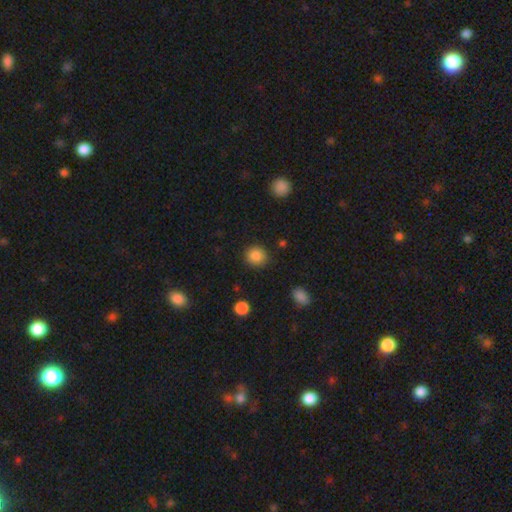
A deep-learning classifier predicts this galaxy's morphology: This appears to be a smooth galaxy with no disk features (86%) that is round (88%). Merging: none (88%).